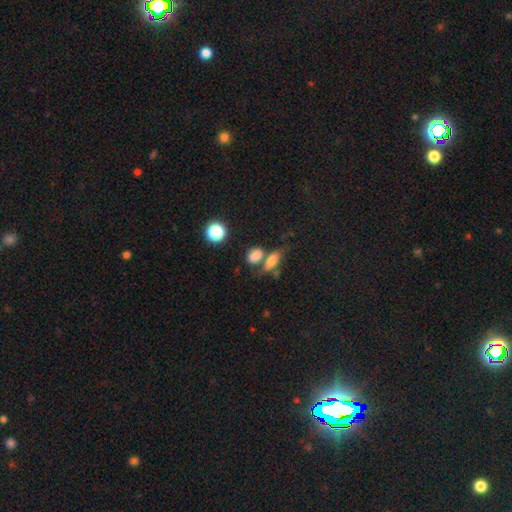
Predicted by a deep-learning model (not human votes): The model was most divided on "merging": none: 42%, merger: 38%, minor disturbance: 13%, major disturbance: 6%. More confident: how rounded — in between (81%); smooth or featured — smooth (81%).